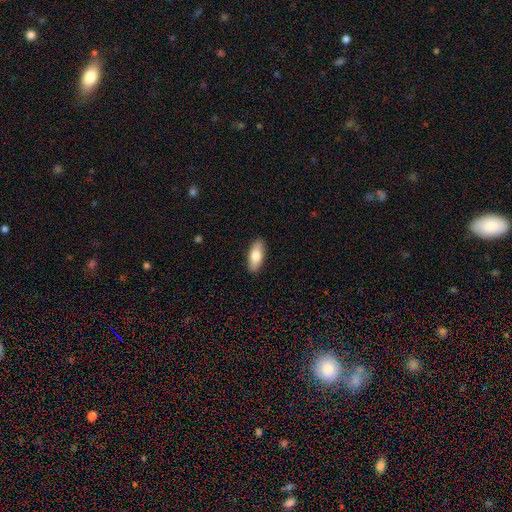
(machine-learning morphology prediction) This is likely a smooth galaxy (79%). How rounded: likely in between (79%). Merging: clearly none (89%).